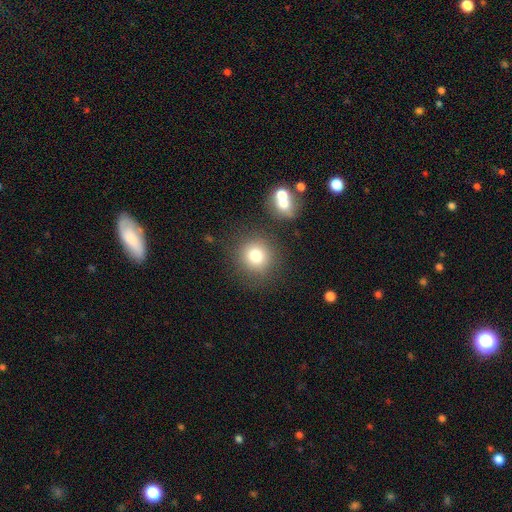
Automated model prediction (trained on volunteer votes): This appears to be a smooth galaxy with no disk features (78%) that is round (90%). Merging: none (80%).